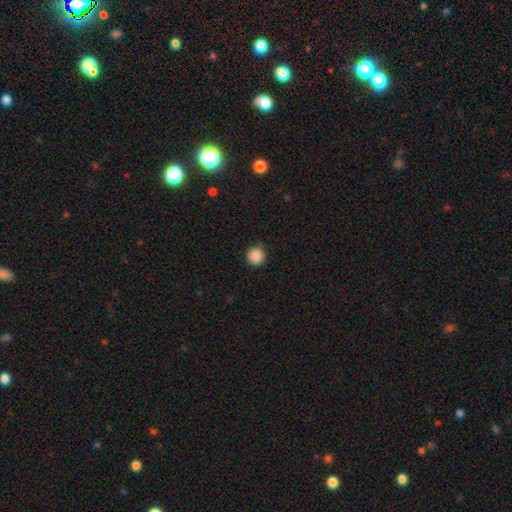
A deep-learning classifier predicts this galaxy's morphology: Smooth or featured? smooth (88%)
How rounded? round (95%)
Merging? none (89%)